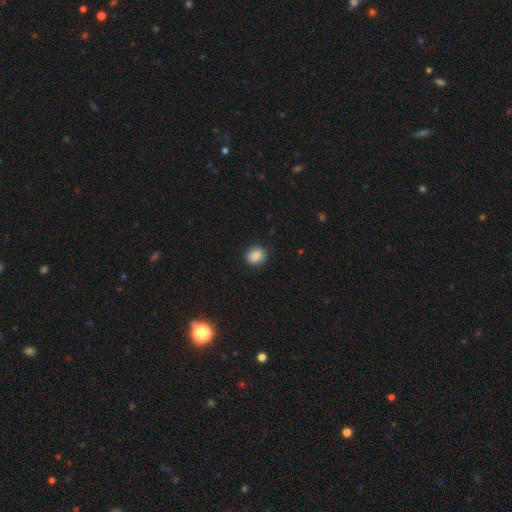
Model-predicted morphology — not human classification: Q: Smooth or featured?
A: smooth (87%); runner-up: star or artifact (9%)
Q: How rounded?
A: round (72%); runner-up: in between (27%)
Q: Merging?
A: none (87%); runner-up: minor disturbance (10%)